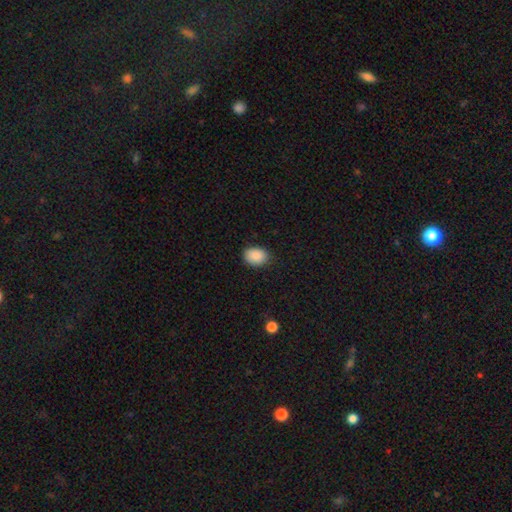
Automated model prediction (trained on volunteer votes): Smooth or featured?
  - smooth: 88% *
  - star or artifact: 8%
  - featured or disk: 4%
How rounded?
  - in between: 61% *
  - round: 38%
  - cigar-shaped: 1%
Merging?
  - none: 83% *
  - minor disturbance: 13%
  - major disturbance: 3%
  - merger: 1%